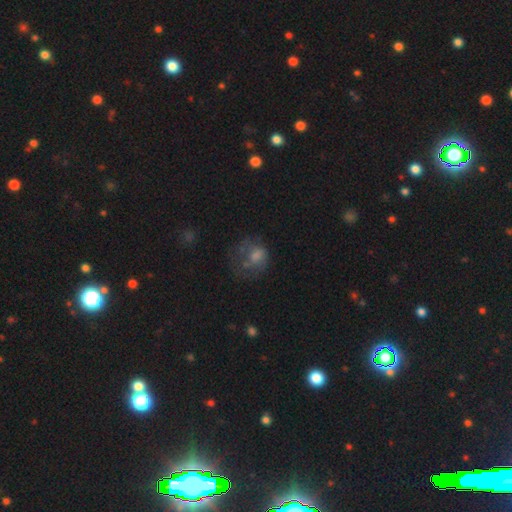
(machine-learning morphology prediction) Smooth or featured?
  - smooth: 51% *
  - featured or disk: 33%
  - star or artifact: 16%
How rounded?
  - round: 59% *
  - in between: 40%
  - cigar-shaped: 1%
Merging?
  - none: 40% *
  - major disturbance: 34%
  - minor disturbance: 22%
  - merger: 4%